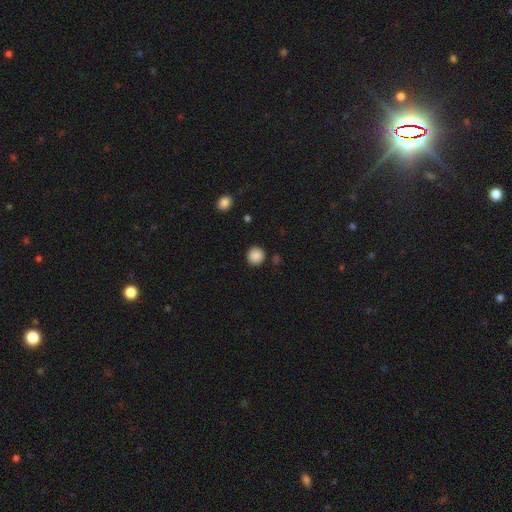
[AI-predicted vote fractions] Smooth or featured: smooth — 88% (star or artifact — 9%)
How rounded: round — 93% (in between — 6%)
Merging: none — 90% (minor disturbance — 6%)